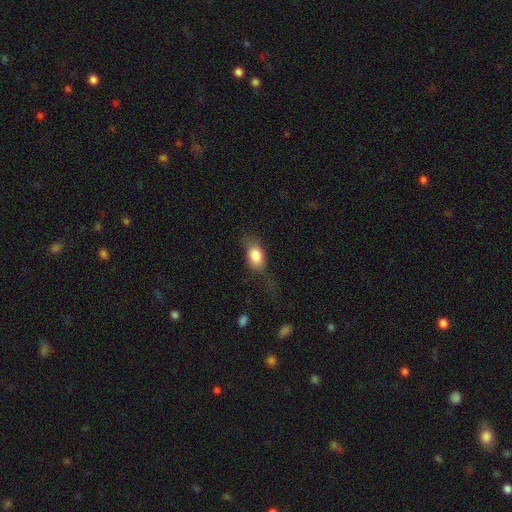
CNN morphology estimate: The model was most divided on "merging": none: 46%, minor disturbance: 26%, major disturbance: 26%, merger: 2%. More confident: how rounded — in between (82%); smooth or featured — smooth (81%).